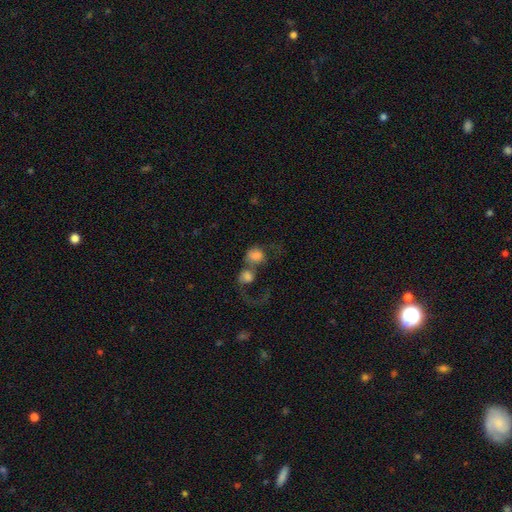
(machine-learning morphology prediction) smooth-or-featured: smooth: 69% | featured or disk: 21% | star or artifact: 10%
  how-rounded: round: 64% | in between: 34% | cigar-shaped: 1%
  merging: merger: 70% | major disturbance: 13% | none: 12% | minor disturbance: 5%